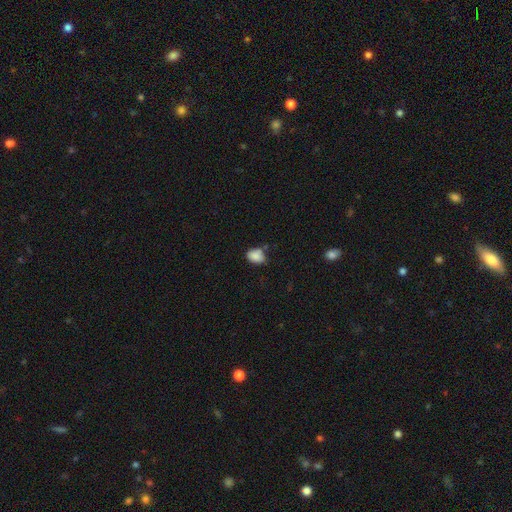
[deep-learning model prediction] Smooth or featured: smooth — 86% (star or artifact — 9%)
How rounded: in between — 74% (round — 25%)
Merging: none — 58% (minor disturbance — 27%)